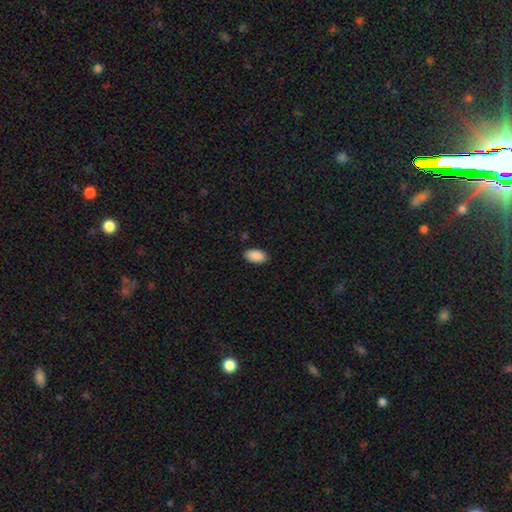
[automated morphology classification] Q: Smooth or featured?
A: smooth (90%); runner-up: star or artifact (6%)
Q: How rounded?
A: in between (95%); runner-up: round (3%)
Q: Merging?
A: none (87%); runner-up: minor disturbance (10%)